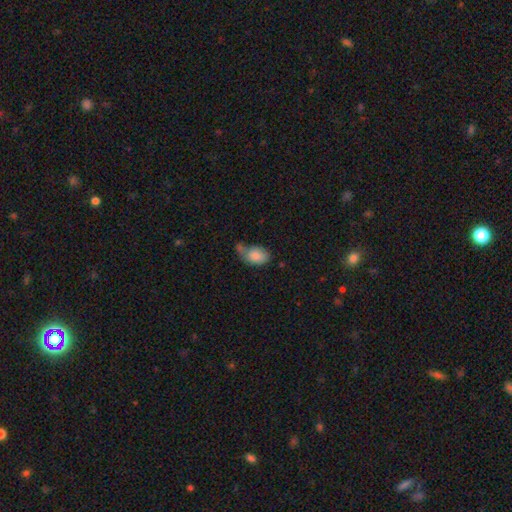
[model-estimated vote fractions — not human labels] Overall: smooth (82%). How rounded: in between (85%). Merging: none (36%; minor disturbance 27%).